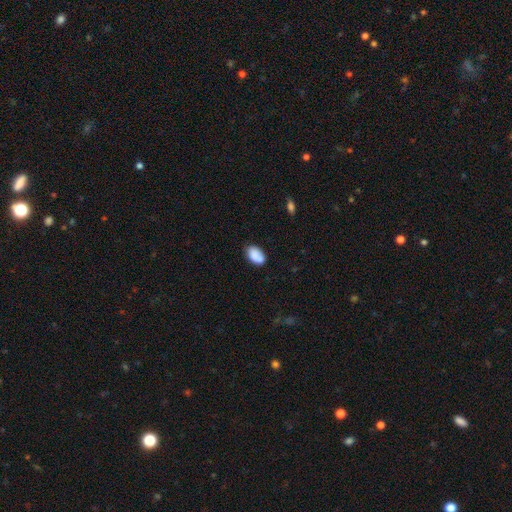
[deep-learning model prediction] Smooth or featured: smooth — 85% (star or artifact — 8%)
How rounded: in between — 91% (round — 8%)
Merging: none — 70% (minor disturbance — 20%)